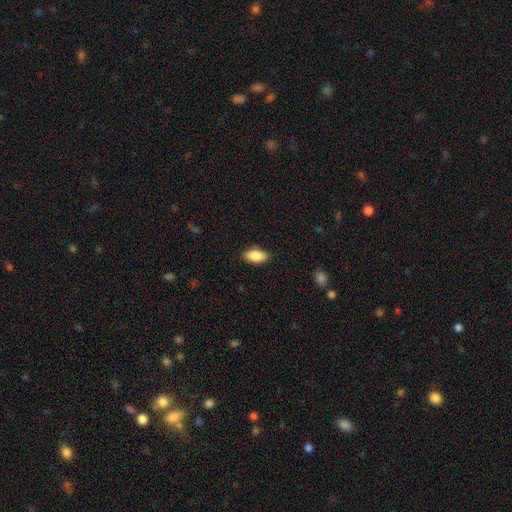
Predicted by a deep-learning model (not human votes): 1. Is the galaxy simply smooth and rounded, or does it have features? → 87% smooth, 6% star or artifact, 6% featured or disk.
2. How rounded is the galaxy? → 90% in between, 7% cigar-shaped, 3% round.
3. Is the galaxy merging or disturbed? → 87% none, 10% minor disturbance, 2% major disturbance, 1% merger.